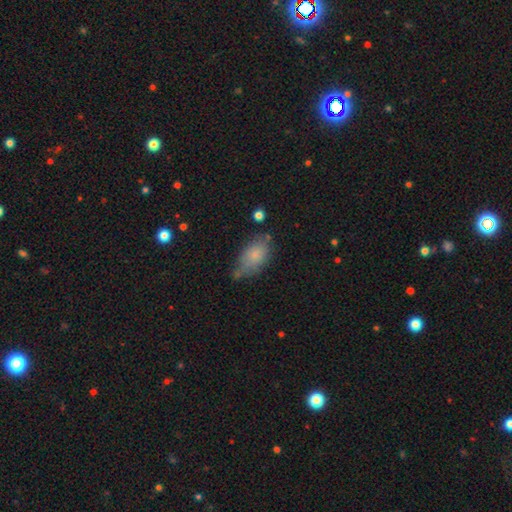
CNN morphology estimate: A smooth galaxy with no disk features (76%) that is in between round and cigar-shaped (90%). Merging: none (53%).